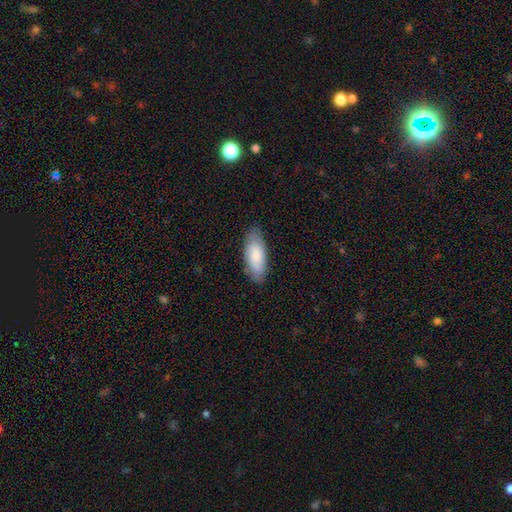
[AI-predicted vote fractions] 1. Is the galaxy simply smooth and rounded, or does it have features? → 81% smooth, 13% featured or disk, 6% star or artifact.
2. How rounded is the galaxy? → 80% in between, 19% cigar-shaped, 2% round.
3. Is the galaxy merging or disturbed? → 81% none, 15% minor disturbance, 3% major disturbance, 1% merger.